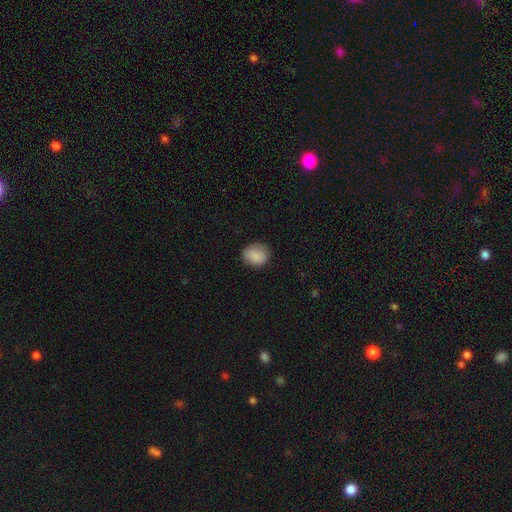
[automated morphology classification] smooth_or_featured: smooth (p=0.88) [alt: star or artifact p=0.08]
how_rounded: round (p=0.66) [alt: in between p=0.33]
merging: none (p=0.84) [alt: minor disturbance p=0.13]